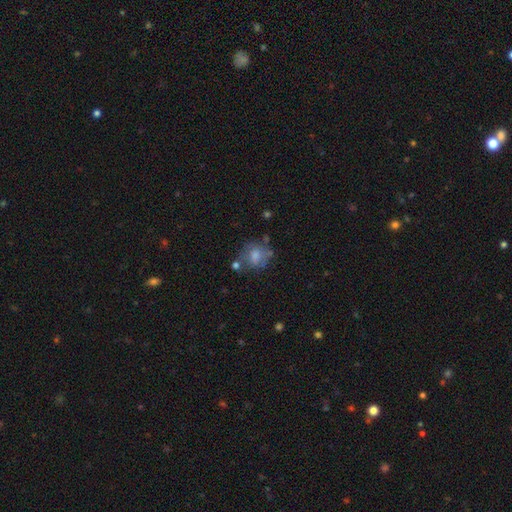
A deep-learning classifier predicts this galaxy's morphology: smooth-or-featured: smooth: 57% | featured or disk: 33% | star or artifact: 10%
  how-rounded: round: 63% | in between: 36% | cigar-shaped: 1%
  merging: none: 44% | minor disturbance: 24% | major disturbance: 18% | merger: 15%